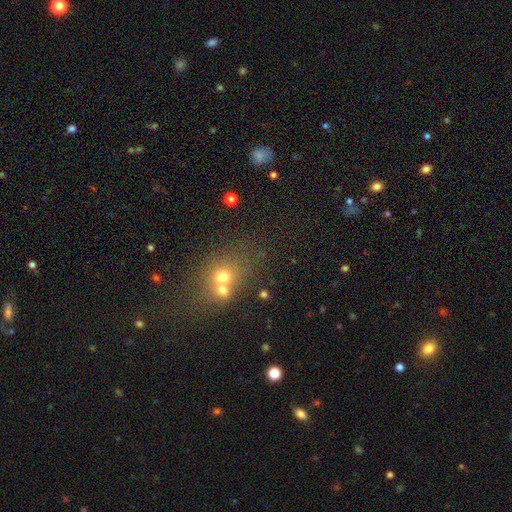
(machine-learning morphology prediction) Smooth or featured?
  - smooth: 51% *
  - star or artifact: 31%
  - featured or disk: 19%
How rounded?
  - round: 67% *
  - in between: 31%
  - cigar-shaped: 3%
Merging?
  - merger: 45% *
  - none: 43%
  - minor disturbance: 8%
  - major disturbance: 5%